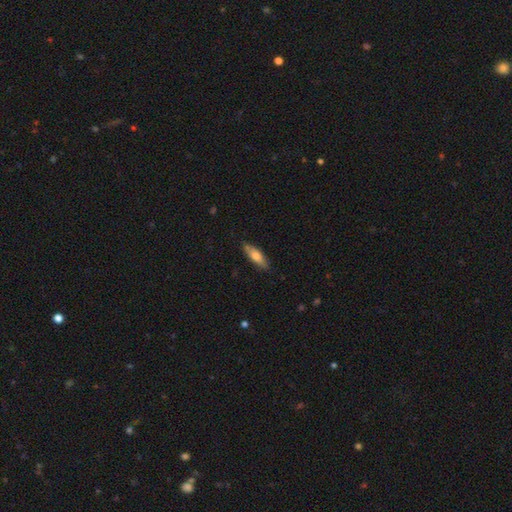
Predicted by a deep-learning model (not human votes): This is likely a smooth galaxy (71%). How rounded: possibly in between (54%). Merging: clearly none (81%).